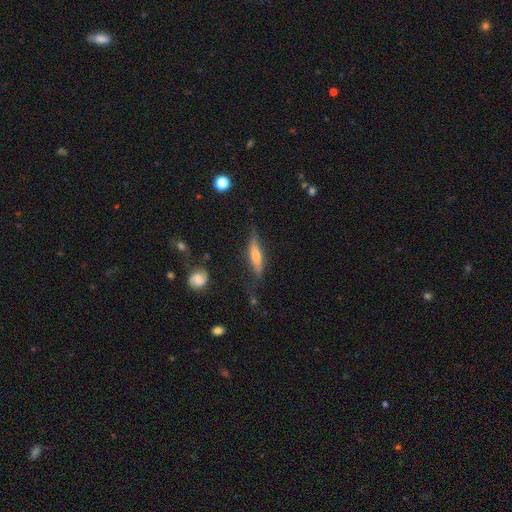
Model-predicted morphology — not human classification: Smooth or featured? Predicted: featured or disk (p=0.54). Edge-on disk? Predicted: yes (p=0.88). Merging? Predicted: none (p=0.71).